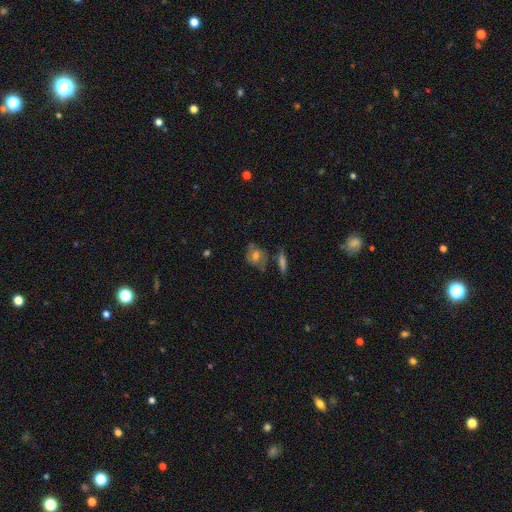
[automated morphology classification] type=smooth (58%); roundness=in between (53%); merging=none (59%).